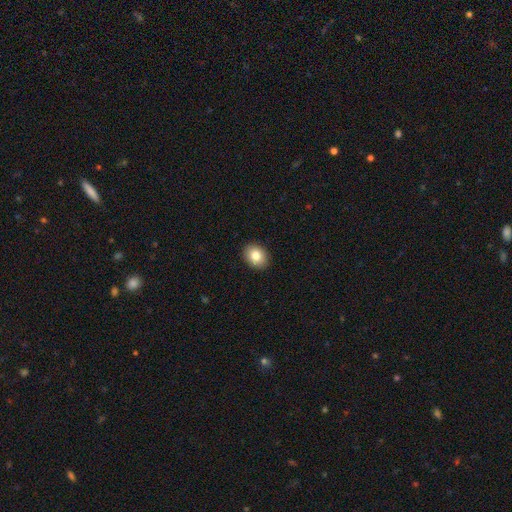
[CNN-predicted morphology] The model was most divided on "how rounded": in between: 58%, round: 41%, cigar-shaped: 1%. More confident: merging — none (91%); smooth or featured — smooth (83%).